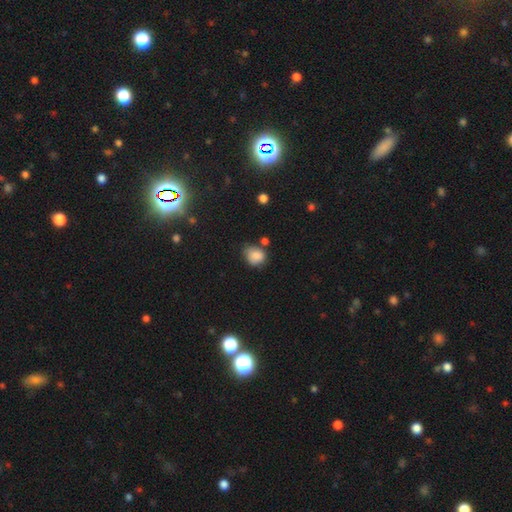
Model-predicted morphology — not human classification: Overall: smooth (84%). How rounded: round (60%; in between 39%). Merging: none (51%; minor disturbance 32%).